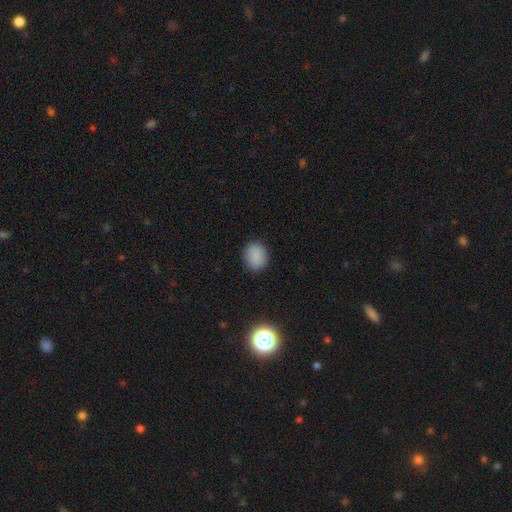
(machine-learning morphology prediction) type=smooth (86%); roundness=round (66%); merging=none (88%).